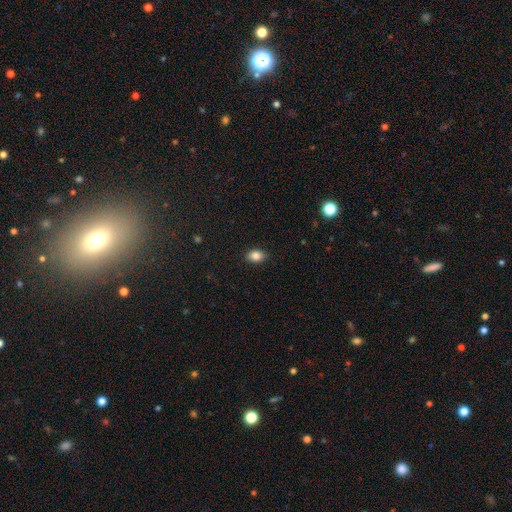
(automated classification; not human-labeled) Smooth or featured? smooth (85%)
How rounded? in between (81%)
Merging? none (88%)